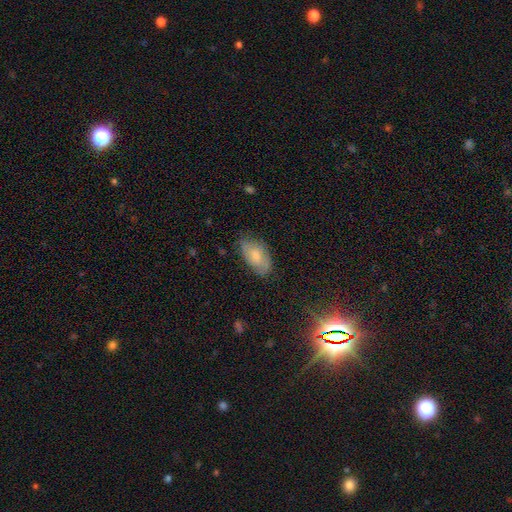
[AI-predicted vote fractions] smooth_or_featured: smooth (p=0.69) [alt: featured or disk p=0.24]
how_rounded: in between (p=0.93) [alt: round p=0.04]
merging: none (p=0.69) [alt: minor disturbance p=0.24]